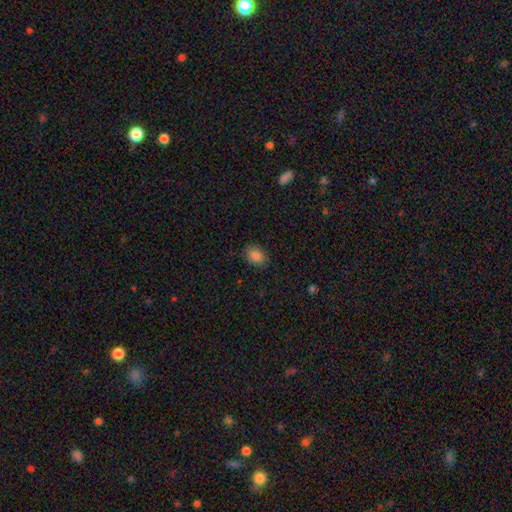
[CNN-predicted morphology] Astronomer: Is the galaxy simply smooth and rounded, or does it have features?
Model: smooth — 86%.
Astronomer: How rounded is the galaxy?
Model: in between — 70%.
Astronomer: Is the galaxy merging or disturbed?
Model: none — 85%.